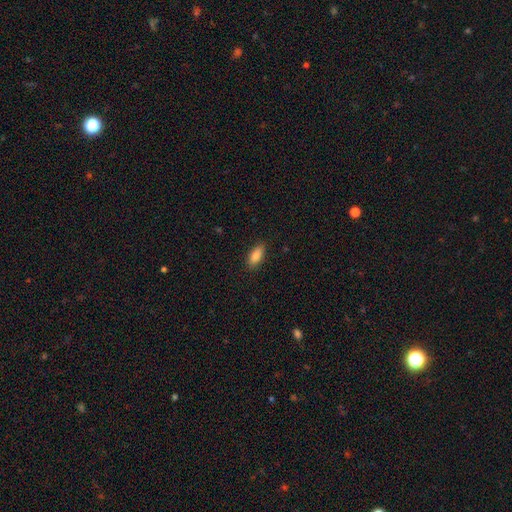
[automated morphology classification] Smooth or featured?
  - smooth: 87% *
  - star or artifact: 7%
  - featured or disk: 6%
How rounded?
  - in between: 85% *
  - cigar-shaped: 13%
  - round: 2%
Merging?
  - none: 88% *
  - minor disturbance: 9%
  - major disturbance: 2%
  - merger: 1%